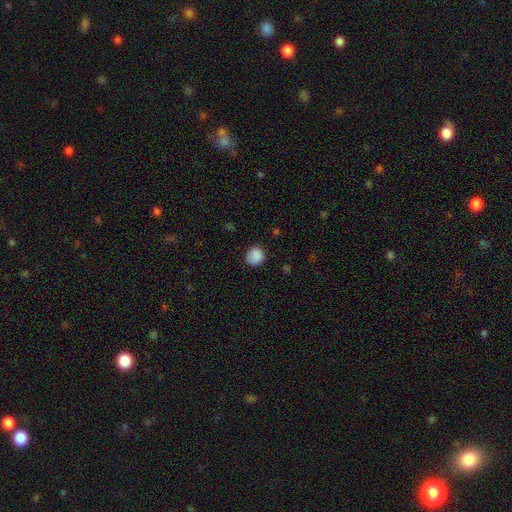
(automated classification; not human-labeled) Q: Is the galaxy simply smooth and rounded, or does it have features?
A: smooth — 88%.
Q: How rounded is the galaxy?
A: round — 86%.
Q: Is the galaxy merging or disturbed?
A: none — 82%.